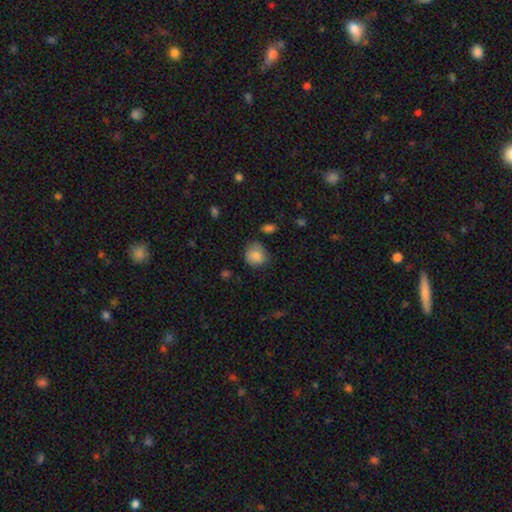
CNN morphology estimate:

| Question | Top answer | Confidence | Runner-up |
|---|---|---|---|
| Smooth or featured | smooth | 82% | featured or disk (9%) |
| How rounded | round | 70% | in between (29%) |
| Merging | none | 61% | minor disturbance (29%) |